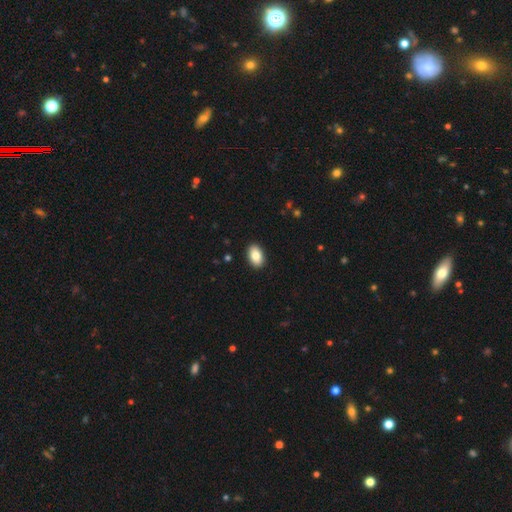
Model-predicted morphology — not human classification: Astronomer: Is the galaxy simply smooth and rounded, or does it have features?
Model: smooth — 84%.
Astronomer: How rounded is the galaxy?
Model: in between — 91%.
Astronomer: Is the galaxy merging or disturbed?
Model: none — 91%.